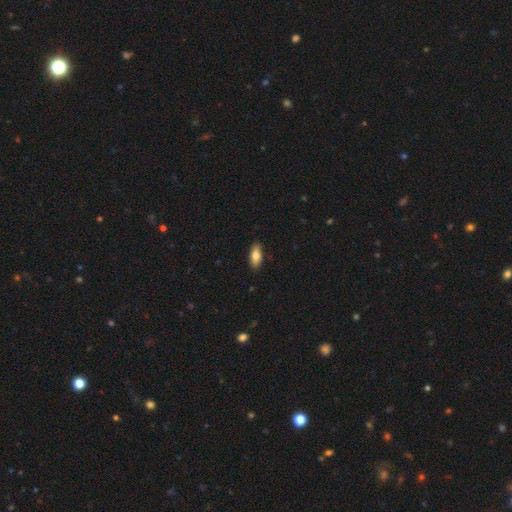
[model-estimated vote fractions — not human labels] A smooth galaxy with no disk features (81%) that is in between round and cigar-shaped (81%). Merging: none (88%).